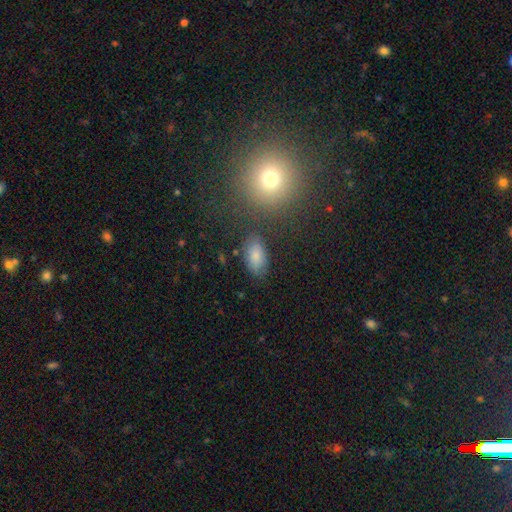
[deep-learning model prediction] This is likely a smooth galaxy (79%). How rounded: clearly in between (93%). Merging: likely none (78%).